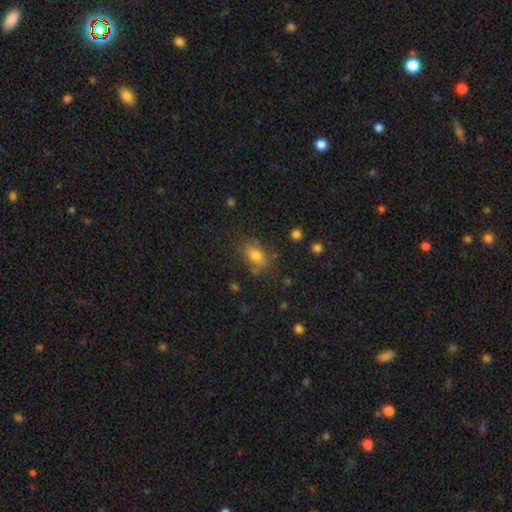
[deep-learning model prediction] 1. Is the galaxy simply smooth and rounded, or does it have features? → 79% smooth, 12% star or artifact, 9% featured or disk.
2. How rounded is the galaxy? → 79% in between, 18% round, 3% cigar-shaped.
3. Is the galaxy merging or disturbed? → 74% none, 15% minor disturbance, 5% merger, 5% major disturbance.